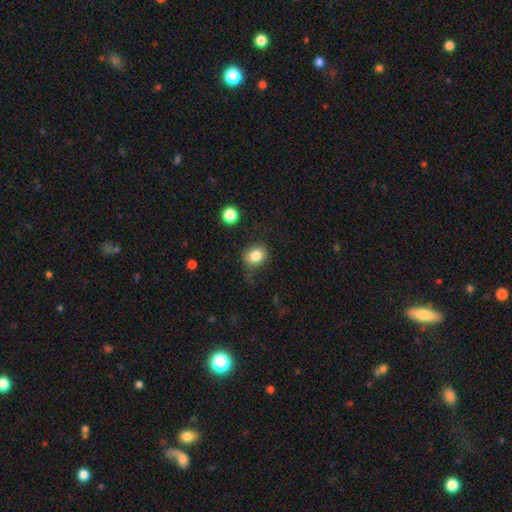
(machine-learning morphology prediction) This appears to be a smooth galaxy with no disk features (83%) that is round (65%). Merging: none (72%).